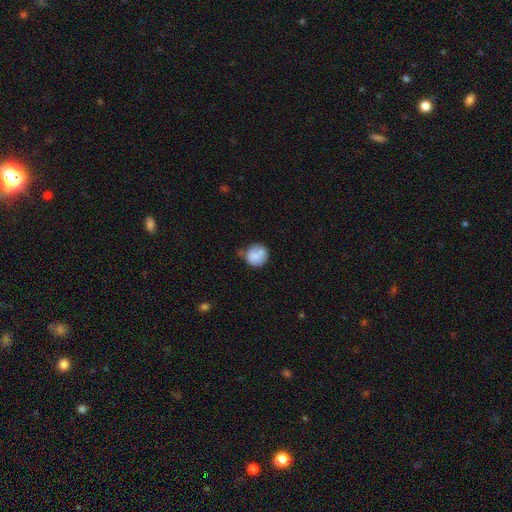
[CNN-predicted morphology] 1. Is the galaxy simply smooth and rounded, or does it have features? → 72% smooth, 21% featured or disk, 8% star or artifact.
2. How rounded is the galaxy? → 87% round, 12% in between, 1% cigar-shaped.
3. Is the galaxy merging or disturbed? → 53% none, 21% minor disturbance, 20% merger, 7% major disturbance.